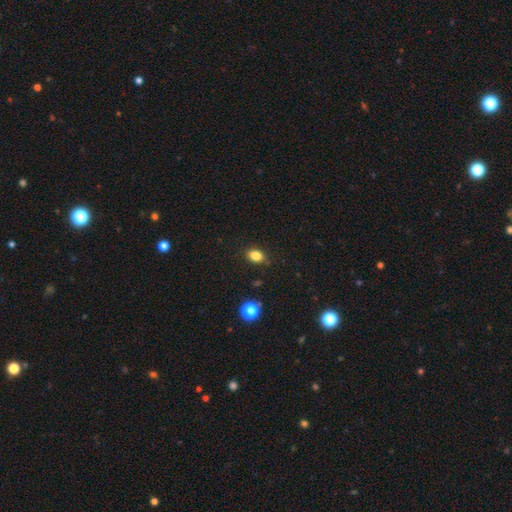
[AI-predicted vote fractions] This appears to be a smooth galaxy with no disk features (83%) that is in between round and cigar-shaped (69%). Merging: none (85%).